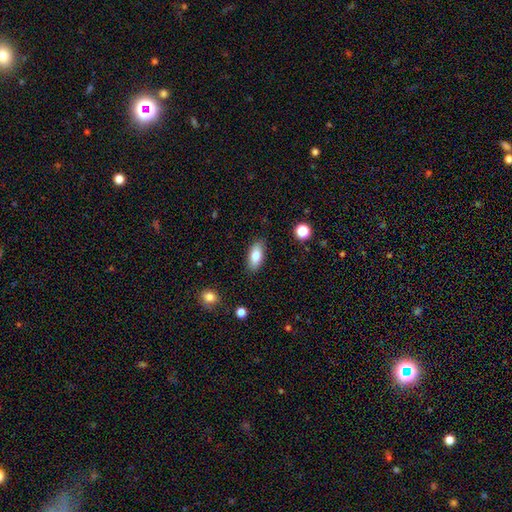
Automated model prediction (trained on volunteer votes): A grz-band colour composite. It shows a smooth galaxy with no disk features (83%) that is in between round and cigar-shaped (86%). Merging: none (86%).